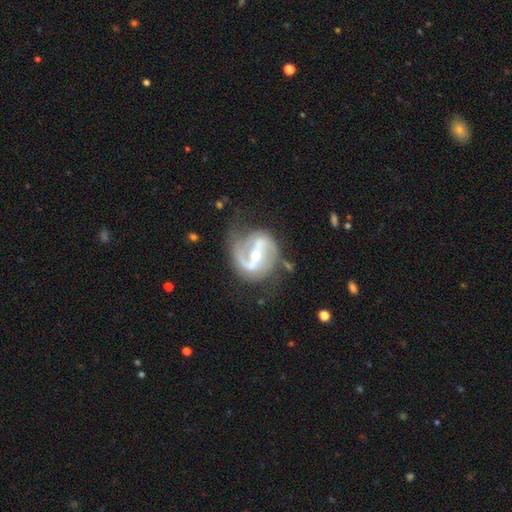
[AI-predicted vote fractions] Q: Smooth or featured?
A: featured or disk (88%); runner-up: smooth (6%)
Q: Edge-on disk?
A: no (97%); runner-up: yes (3%)
Q: Bar?
A: strong (52%); runner-up: weak (32%)
Q: Spiral arms?
A: yes (95%); runner-up: no (5%)
Q: Spiral winding?
A: medium (49%); runner-up: loose (28%)
Q: Spiral arm count?
A: 2 (84%); runner-up: 1 (6%)
Q: Bulge size?
A: small (49%); runner-up: moderate (48%)
Q: Merging?
A: none (61%); runner-up: minor disturbance (22%)